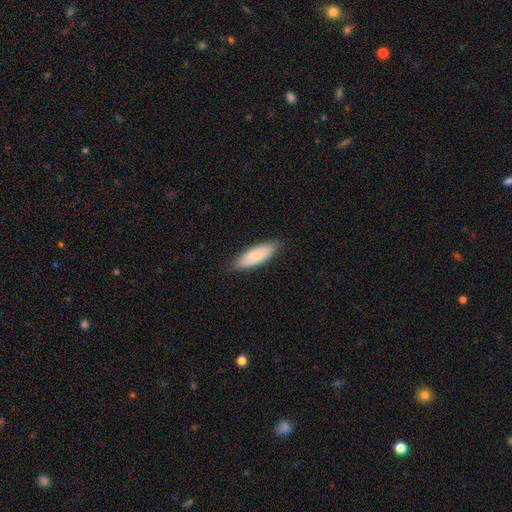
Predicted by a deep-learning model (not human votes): Smooth or featured?
  - smooth: 79% *
  - featured or disk: 16%
  - star or artifact: 5%
How rounded?
  - in between: 62% *
  - cigar-shaped: 36%
  - round: 2%
Merging?
  - none: 84% *
  - minor disturbance: 13%
  - major disturbance: 2%
  - merger: 1%